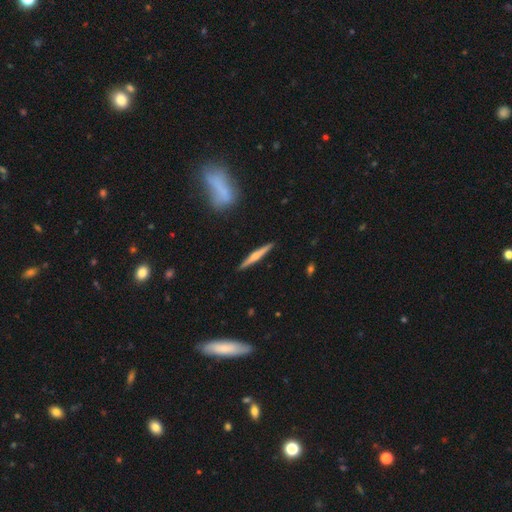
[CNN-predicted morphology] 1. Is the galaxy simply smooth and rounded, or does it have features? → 56% featured or disk, 38% smooth, 6% star or artifact.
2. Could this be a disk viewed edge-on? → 97% yes, 3% no.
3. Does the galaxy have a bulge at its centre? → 74% rounded, 17% none, 9% boxy.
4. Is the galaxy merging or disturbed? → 91% none, 6% minor disturbance, 1% major disturbance, 1% merger.